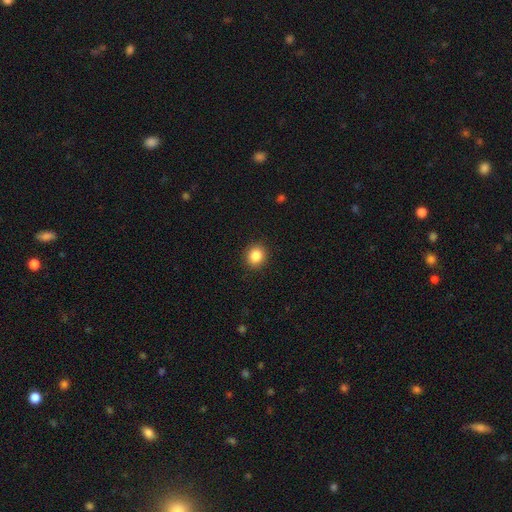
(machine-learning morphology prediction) Smooth or featured? smooth (86%)
How rounded? round (81%)
Merging? none (91%)